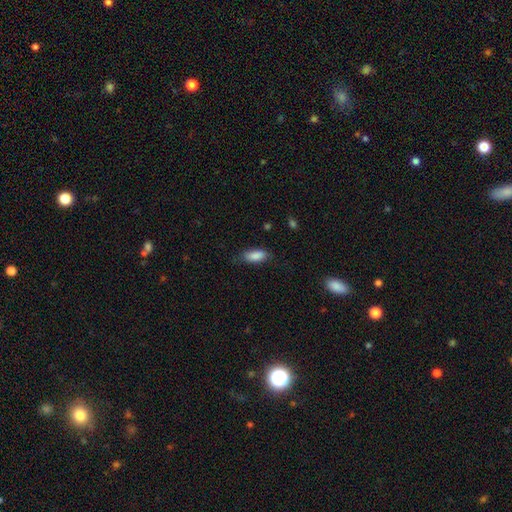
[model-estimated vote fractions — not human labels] Smooth or featured? Predicted: smooth (p=0.88). How rounded? Predicted: in between (p=0.80). Merging? Predicted: none (p=0.76).